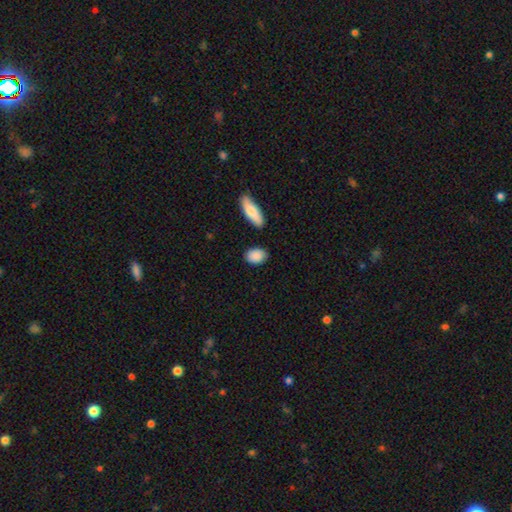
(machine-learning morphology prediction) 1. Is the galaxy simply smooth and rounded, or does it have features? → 89% smooth, 6% star or artifact, 5% featured or disk.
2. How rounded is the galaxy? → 75% in between, 22% round, 3% cigar-shaped.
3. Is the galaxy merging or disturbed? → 82% none, 12% minor disturbance, 4% merger, 3% major disturbance.